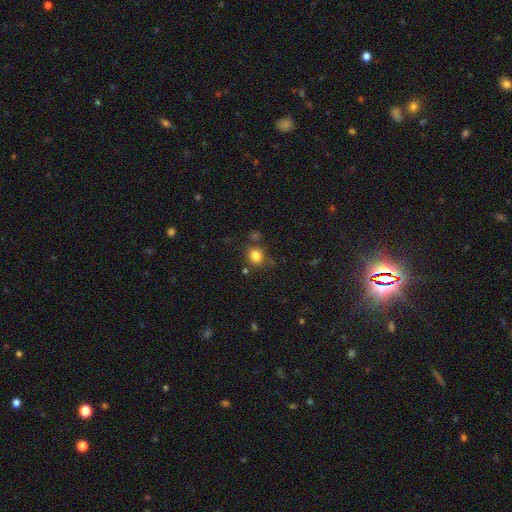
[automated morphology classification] A smooth galaxy with no disk features (82%) that is round (71%).

Vote fractions:
- Smooth or featured? smooth: 82% / star or artifact: 12% / featured or disk: 6%
- How rounded? round: 71% / in between: 28% / cigar-shaped: 1%
- Merging? none: 76% / minor disturbance: 13% / merger: 7% / major disturbance: 4%